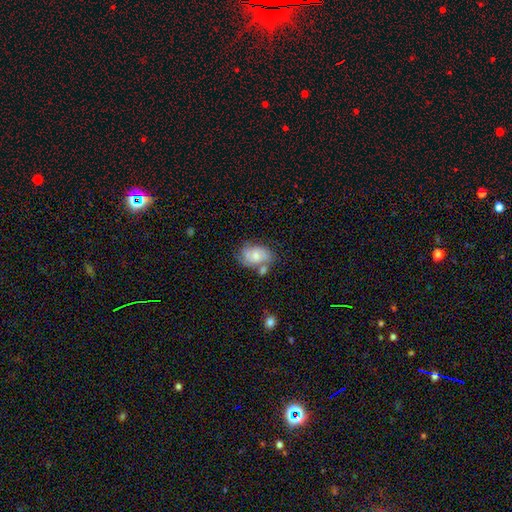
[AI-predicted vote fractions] Smooth or featured: smooth — 53% (featured or disk — 39%)
How rounded: in between — 79% (round — 19%)
Merging: none — 45% (minor disturbance — 24%)